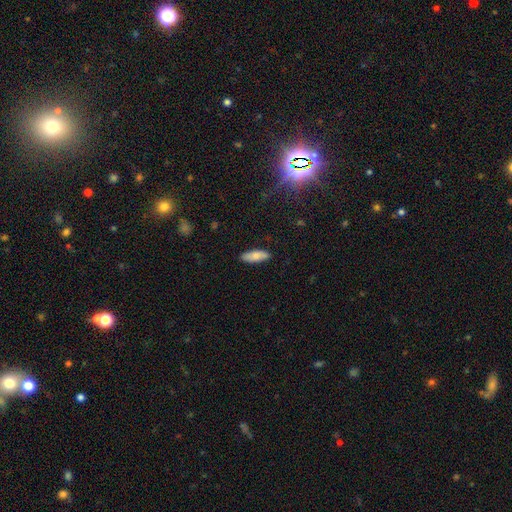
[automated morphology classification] Smooth or featured?
  - smooth: 80% *
  - featured or disk: 14%
  - star or artifact: 6%
How rounded?
  - in between: 61% *
  - cigar-shaped: 38%
  - round: 2%
Merging?
  - none: 88% *
  - minor disturbance: 9%
  - major disturbance: 2%
  - merger: 1%